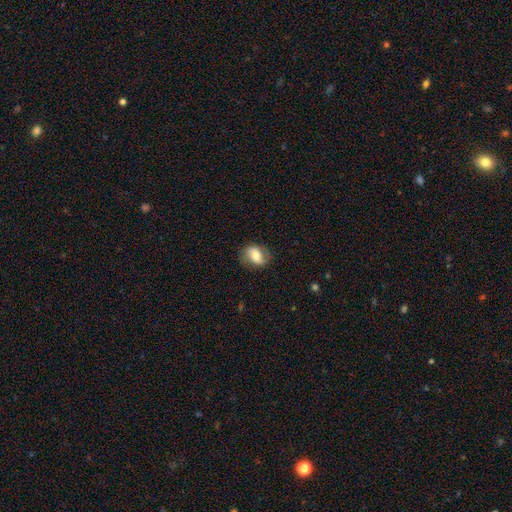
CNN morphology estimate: smooth 53%, featured or disk 39%, star or artifact 8%. Down the decision tree: how rounded — in between (70%); merging — none (76%).